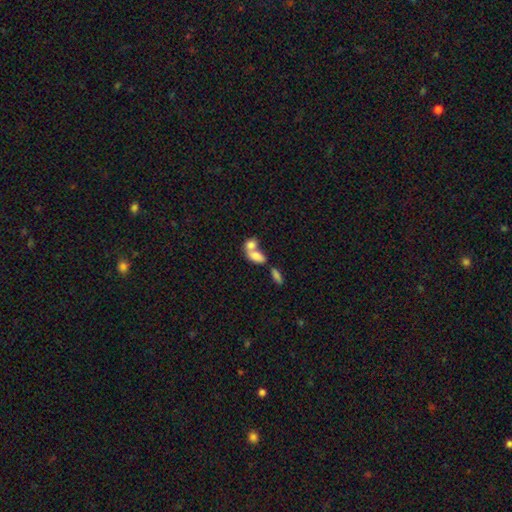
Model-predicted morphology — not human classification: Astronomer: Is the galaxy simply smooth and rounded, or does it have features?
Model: smooth — 77%.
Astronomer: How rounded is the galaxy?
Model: in between — 85%.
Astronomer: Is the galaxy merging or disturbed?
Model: merger — 70%.